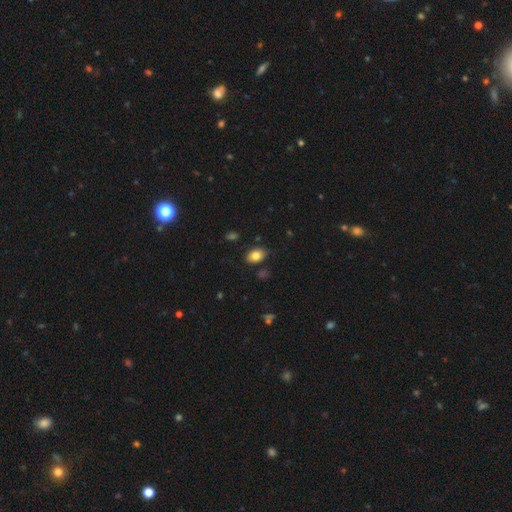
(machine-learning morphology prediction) A smooth galaxy with no disk features (82%) that is in between round and cigar-shaped (82%). Merging: none (83%).